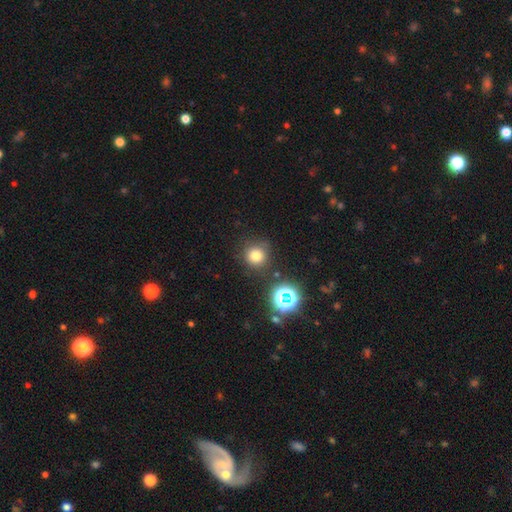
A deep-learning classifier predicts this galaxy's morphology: smooth 75%, star or artifact 19%, featured or disk 6%. Down the decision tree: how rounded — round (93%); merging — none (80%).